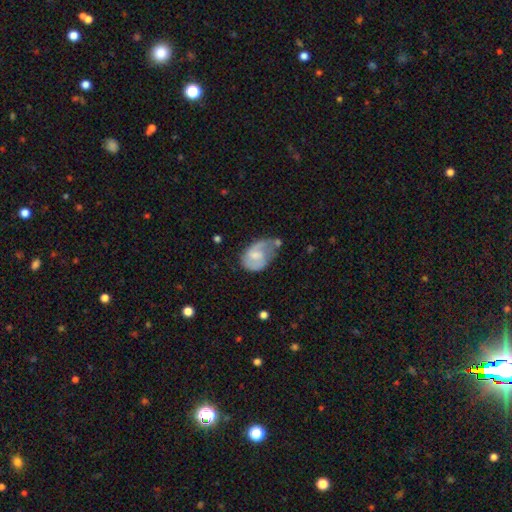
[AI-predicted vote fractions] The model was most divided on "bulge size": moderate: 39%, small: 38%, none: 16%, large: 6%, dominant: 1%. Remaining: edge-on disk — no (97%); spiral arms — yes (83%); smooth or featured — featured or disk (60%); bar — weak (50%); merging — none (35%).